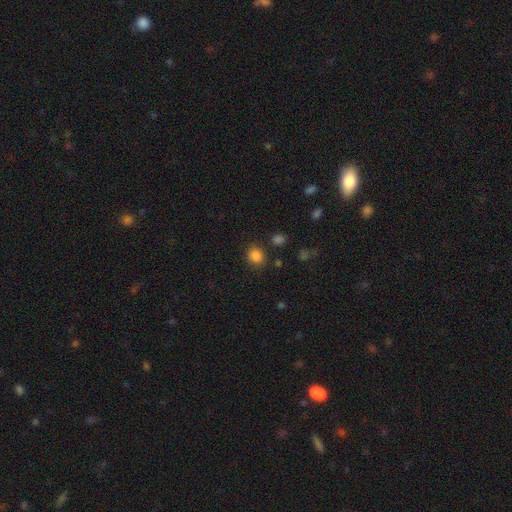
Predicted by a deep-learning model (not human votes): A smooth galaxy with no disk features (84%) that is round (73%).

Vote fractions:
- Smooth or featured? smooth: 84% / star or artifact: 12% / featured or disk: 4%
- How rounded? round: 73% / in between: 26% / cigar-shaped: 1%
- Merging? none: 85% / minor disturbance: 8% / merger: 3% / major disturbance: 3%